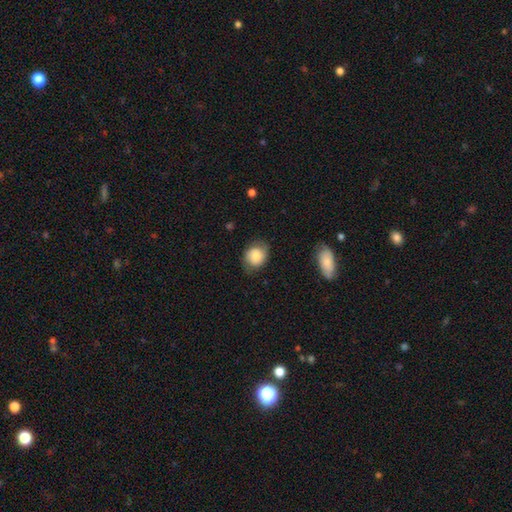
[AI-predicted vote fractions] This is likely a smooth galaxy (72%). How rounded: likely round (62%). Merging: likely none (69%).